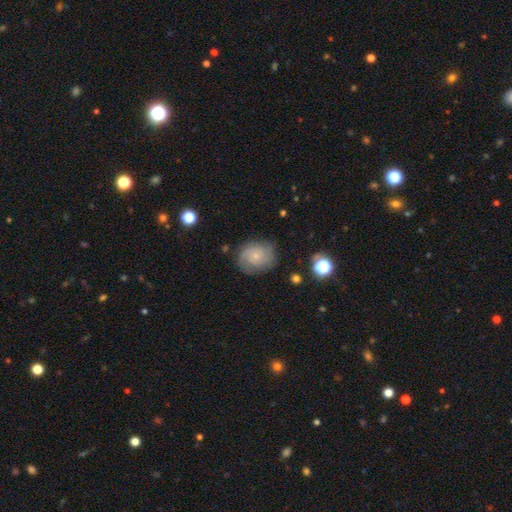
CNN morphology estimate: featured or disk 63%, smooth 29%, star or artifact 8%. Down the decision tree: edge-on disk — no (98%); bar — no (76%); spiral arms — yes (91%); spiral arm count — 2 (52%); spiral winding — tight (52%); bulge size — small (75%); merging — none (75%).